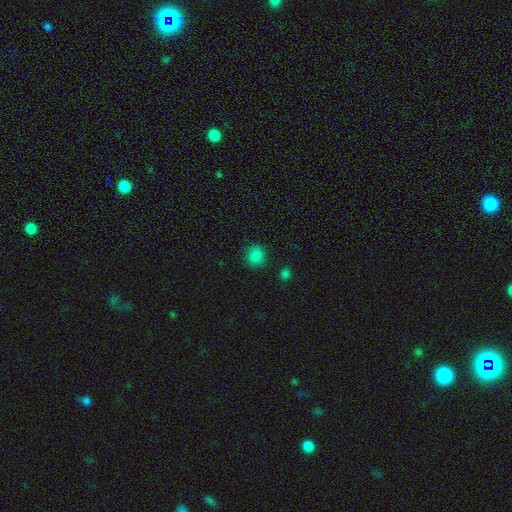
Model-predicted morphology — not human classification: Smooth or featured?
  - smooth: 84% *
  - star or artifact: 13%
  - featured or disk: 4%
How rounded?
  - round: 87% *
  - in between: 12%
  - cigar-shaped: 1%
Merging?
  - none: 87% *
  - minor disturbance: 8%
  - major disturbance: 3%
  - merger: 2%